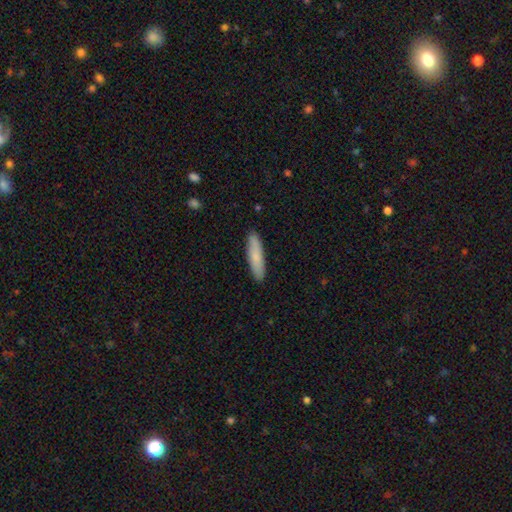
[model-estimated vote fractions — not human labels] smooth 80%, featured or disk 14%, star or artifact 5%. Down the decision tree: how rounded — cigar-shaped (79%); merging — none (90%).